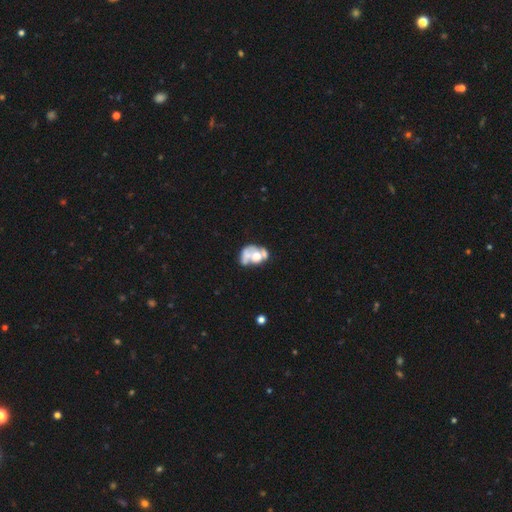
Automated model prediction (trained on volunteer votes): The model was most divided on "smooth or featured": featured or disk: 48%, smooth: 40%, star or artifact: 12%. Remaining: merging — merger (49%).